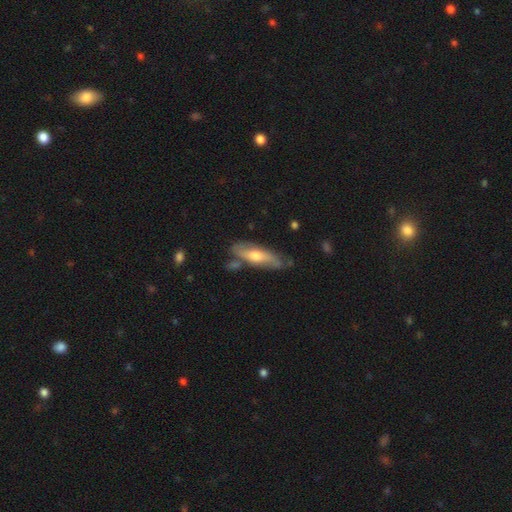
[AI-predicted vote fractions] This appears to be a featured or disk galaxy (54%). Merging: none (66%).